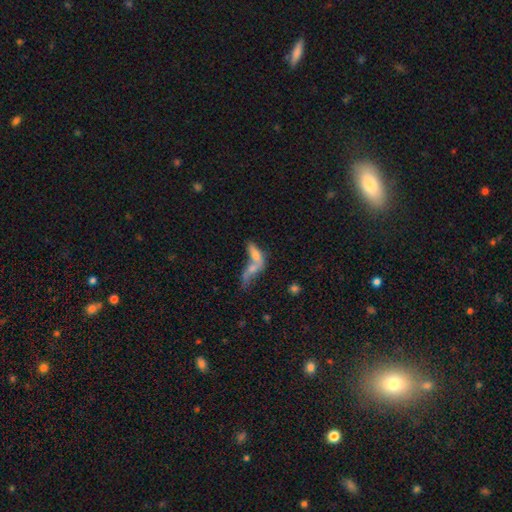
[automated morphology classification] This appears to be a smooth galaxy with no disk features (58%) that is in between round and cigar-shaped (64%). Merging: merger (70%).